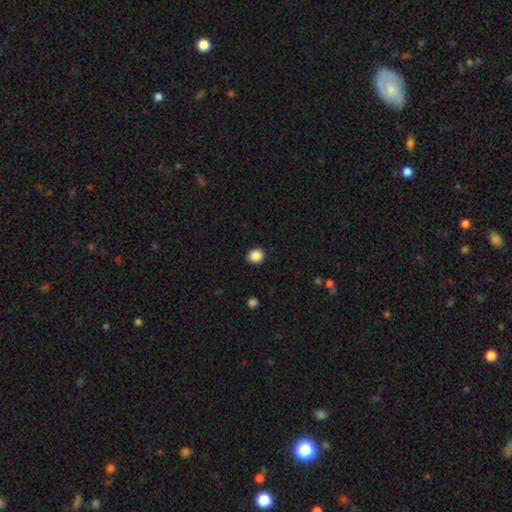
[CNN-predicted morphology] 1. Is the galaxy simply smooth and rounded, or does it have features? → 88% smooth, 9% star or artifact, 2% featured or disk.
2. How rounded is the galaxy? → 85% round, 14% in between, 1% cigar-shaped.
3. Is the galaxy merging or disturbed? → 92% none, 5% minor disturbance, 2% major disturbance, 1% merger.